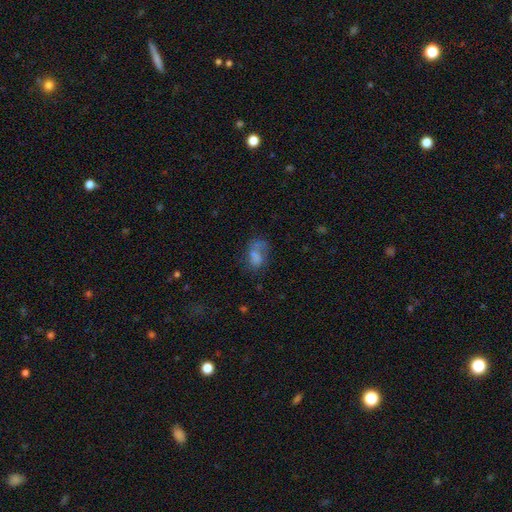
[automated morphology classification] Smooth or featured?
  - smooth: 65% *
  - featured or disk: 22%
  - star or artifact: 13%
How rounded?
  - in between: 83% *
  - round: 15%
  - cigar-shaped: 2%
Merging?
  - none: 31% *
  - major disturbance: 29%
  - minor disturbance: 22%
  - merger: 18%